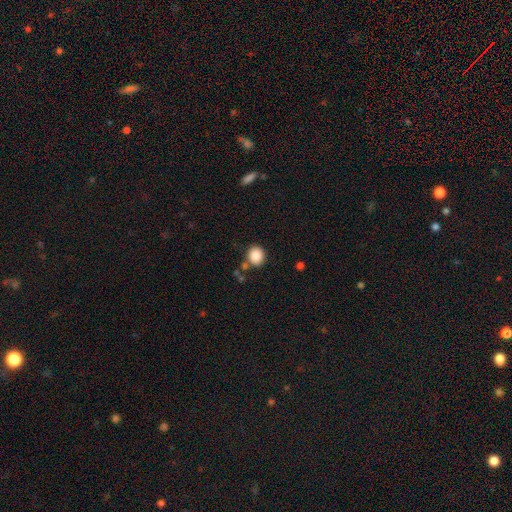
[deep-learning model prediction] smooth_or_featured: smooth (p=0.87) [alt: star or artifact p=0.09]
how_rounded: round (p=0.76) [alt: in between p=0.23]
merging: none (p=0.77) [alt: minor disturbance p=0.12]